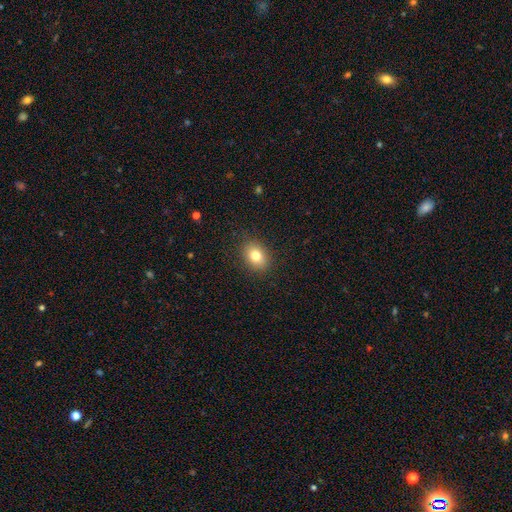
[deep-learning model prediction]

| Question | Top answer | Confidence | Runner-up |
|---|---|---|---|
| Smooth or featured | smooth | 80% | star or artifact (10%) |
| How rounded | in between | 64% | round (35%) |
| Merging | none | 88% | minor disturbance (9%) |